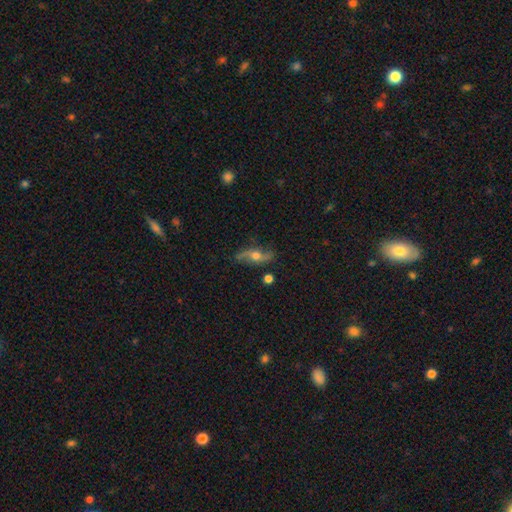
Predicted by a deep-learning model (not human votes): Smooth or featured: featured or disk — 76% (smooth — 17%)
Edge-on disk: no — 80% (yes — 20%)
Bar: no — 68% (weak — 24%)
Spiral arms: yes — 91% (no — 9%)
Spiral winding: loose — 84% (medium — 12%)
Spiral arm count: 2 — 92% (can't tell — 3%)
Bulge size: moderate — 67% (small — 15%)
Merging: none — 78% (minor disturbance — 15%)